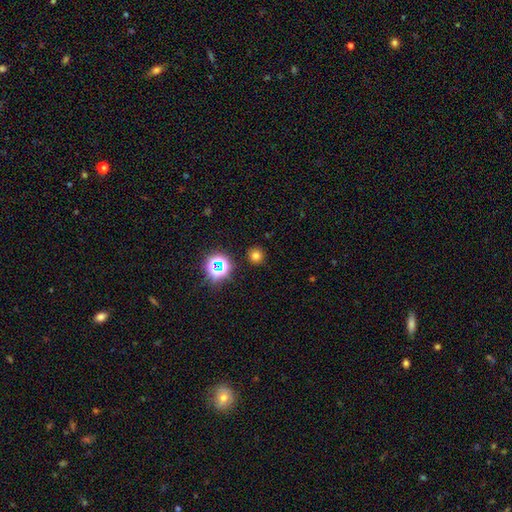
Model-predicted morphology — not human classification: Smooth or featured? smooth (70%)
How rounded? round (91%)
Merging? none (88%)